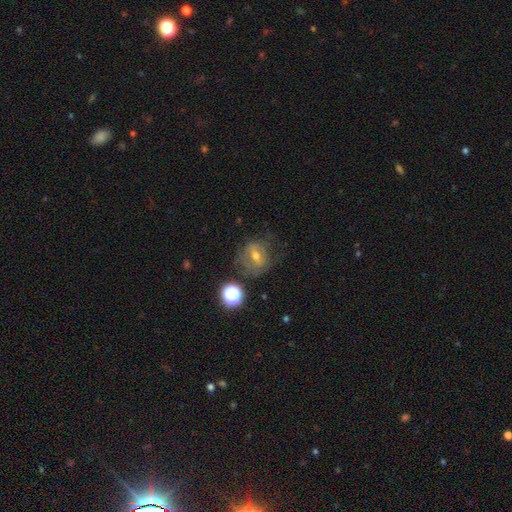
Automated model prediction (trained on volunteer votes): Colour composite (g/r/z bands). It shows a featured or disk galaxy (42%). Merging: none (59%).